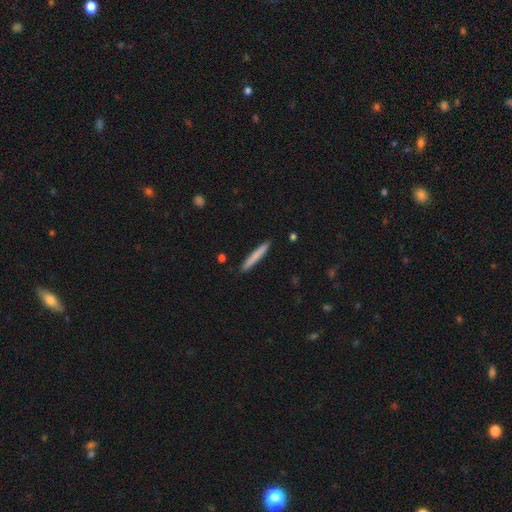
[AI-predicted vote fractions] Smooth or featured? Predicted: smooth (p=0.78). How rounded? Predicted: cigar-shaped (p=0.96). Merging? Predicted: none (p=0.91).